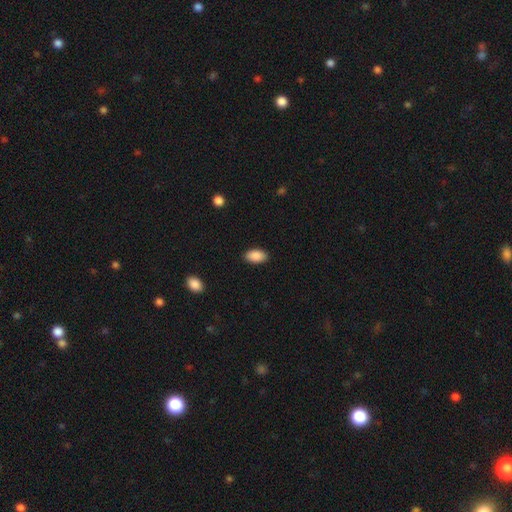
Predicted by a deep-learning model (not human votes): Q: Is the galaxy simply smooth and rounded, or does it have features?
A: smooth — 90%.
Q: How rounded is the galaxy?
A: in between — 94%.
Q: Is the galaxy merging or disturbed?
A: none — 88%.